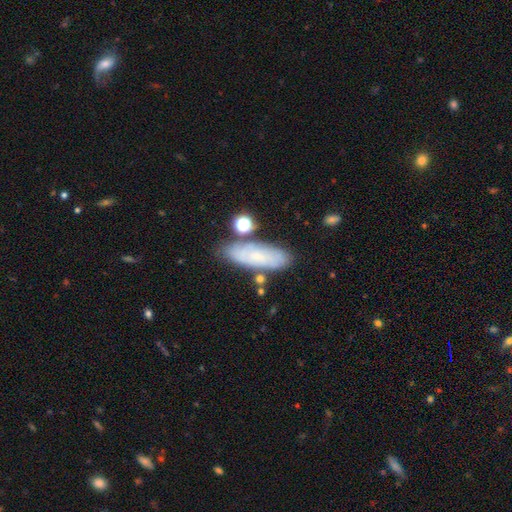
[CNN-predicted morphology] Smooth or featured: smooth — 61% (featured or disk — 29%)
How rounded: in between — 57% (cigar-shaped — 40%)
Merging: none — 72% (minor disturbance — 16%)